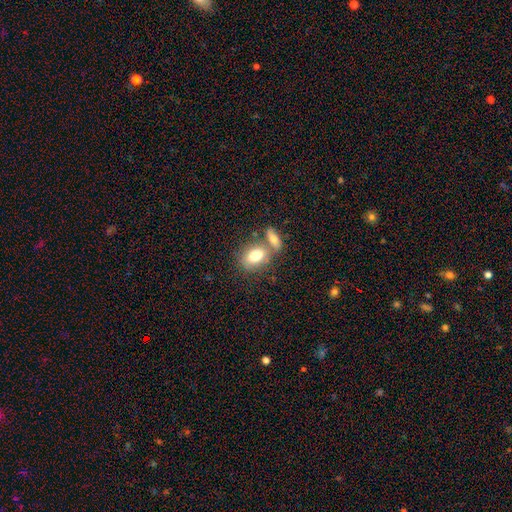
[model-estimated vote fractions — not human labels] Morphology: type=smooth (78%); roundness=in between (78%); merging=none (47%).